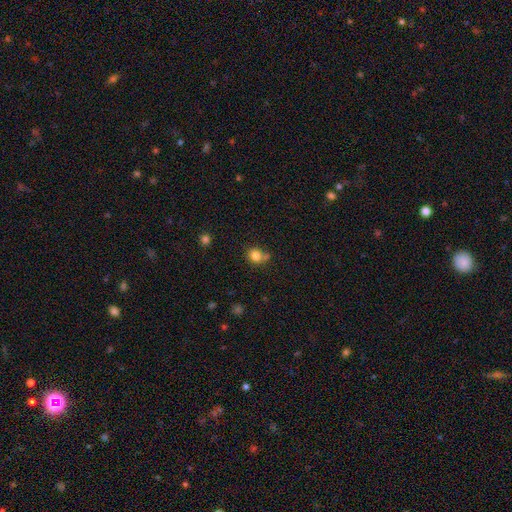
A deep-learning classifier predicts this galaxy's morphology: Smooth or featured: smooth — 81% (star or artifact — 12%)
How rounded: round — 83% (in between — 16%)
Merging: none — 62% (merger — 21%)